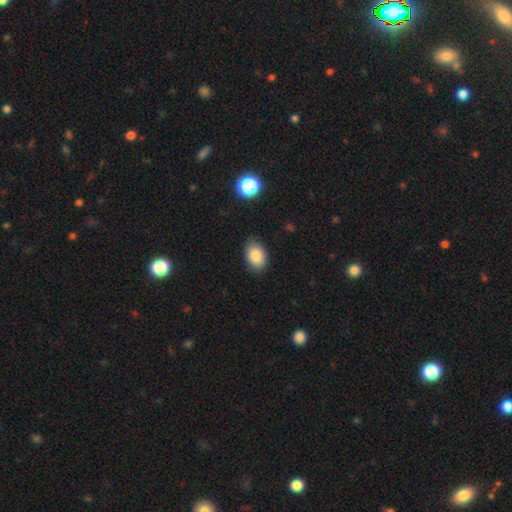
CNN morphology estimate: smooth 86%, star or artifact 8%, featured or disk 6%. Down the decision tree: how rounded — in between (82%); merging — none (84%).